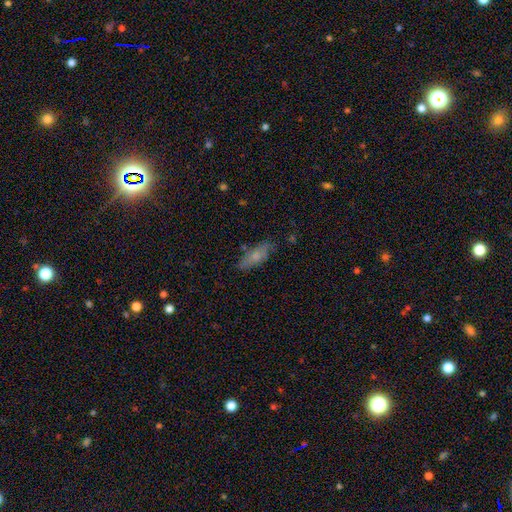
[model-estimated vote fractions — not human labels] Morphology: type=smooth (70%); roundness=in between (59%); merging=none (71%).